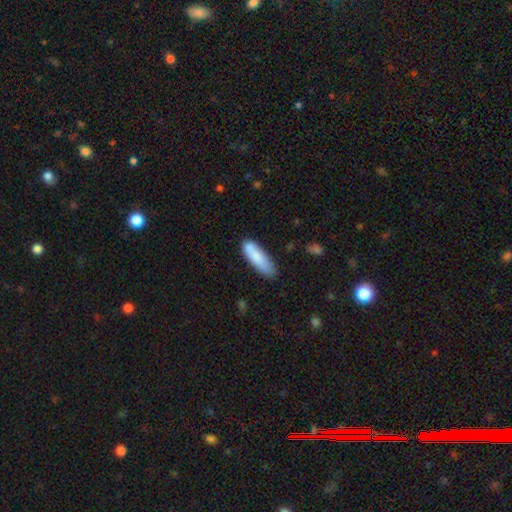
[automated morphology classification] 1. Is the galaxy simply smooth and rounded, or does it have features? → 80% smooth, 14% featured or disk, 6% star or artifact.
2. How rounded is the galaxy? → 54% cigar-shaped, 44% in between, 1% round.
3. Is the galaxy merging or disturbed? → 68% none, 21% minor disturbance, 6% merger, 4% major disturbance.